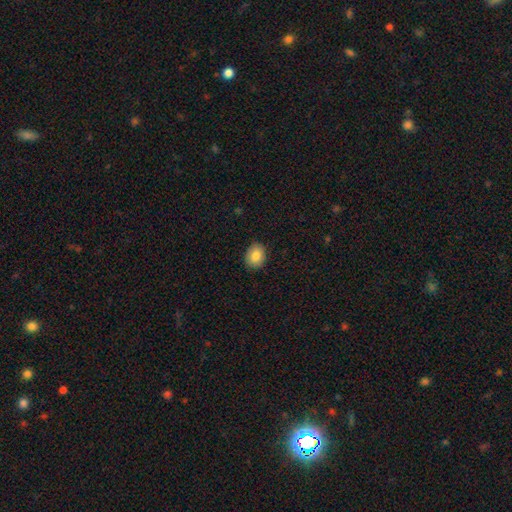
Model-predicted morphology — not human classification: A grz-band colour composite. It shows a smooth galaxy with no disk features (85%) that is in between round and cigar-shaped (54%). Merging: none (88%).